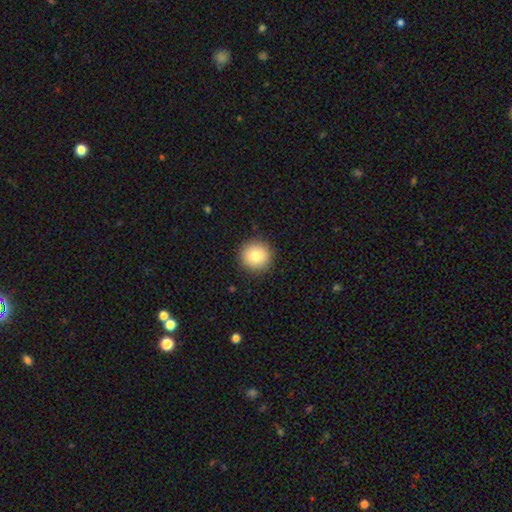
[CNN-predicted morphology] Smooth or featured: smooth — 82% (star or artifact — 9%)
How rounded: round — 94% (in between — 5%)
Merging: none — 91% (minor disturbance — 6%)